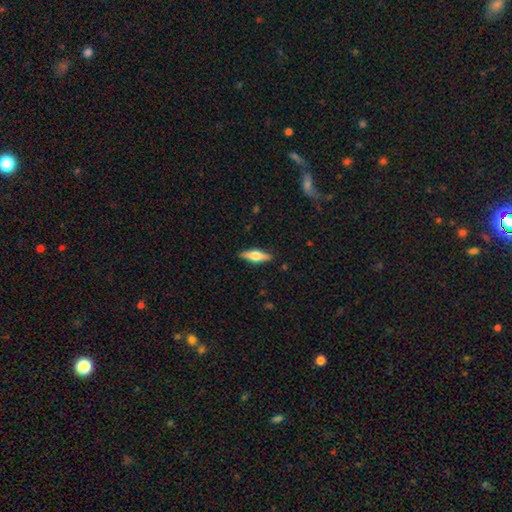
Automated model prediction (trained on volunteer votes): smooth-or-featured: featured or disk: 51% | smooth: 43% | star or artifact: 6%
  disk-edge-on: yes: 94% | no: 6%
  merging: none: 88% | minor disturbance: 9% | major disturbance: 2% | merger: 1%